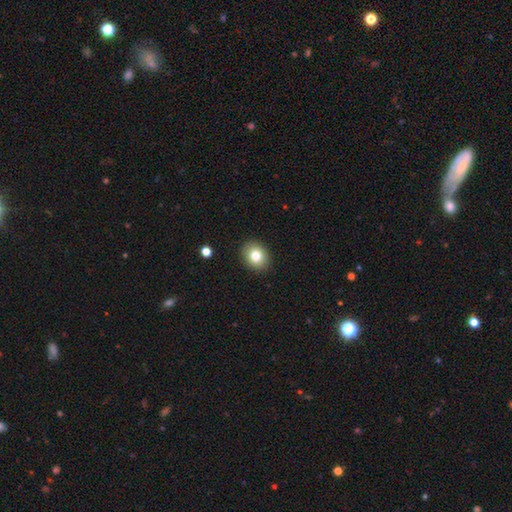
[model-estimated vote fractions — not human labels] Q: Smooth or featured?
A: smooth (80%); runner-up: star or artifact (10%)
Q: How rounded?
A: round (61%); runner-up: in between (38%)
Q: Merging?
A: none (90%); runner-up: minor disturbance (7%)